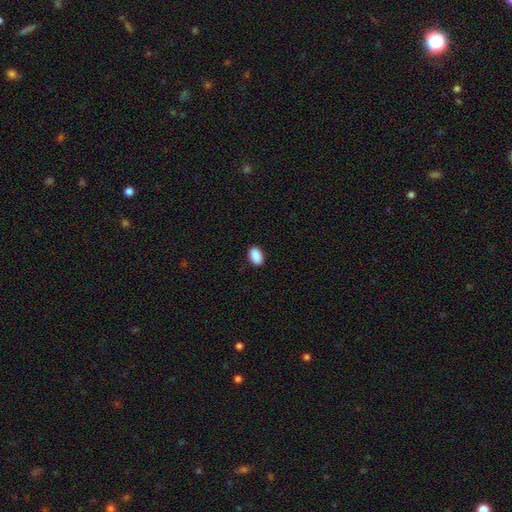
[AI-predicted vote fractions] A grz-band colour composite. It shows a smooth galaxy with no disk features (91%) that is in between round and cigar-shaped (89%). Merging: none (89%).